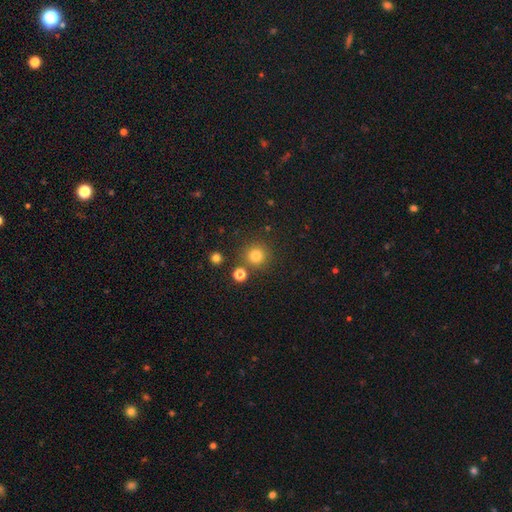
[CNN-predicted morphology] type=smooth (80%); roundness=round (94%); merging=none (83%).